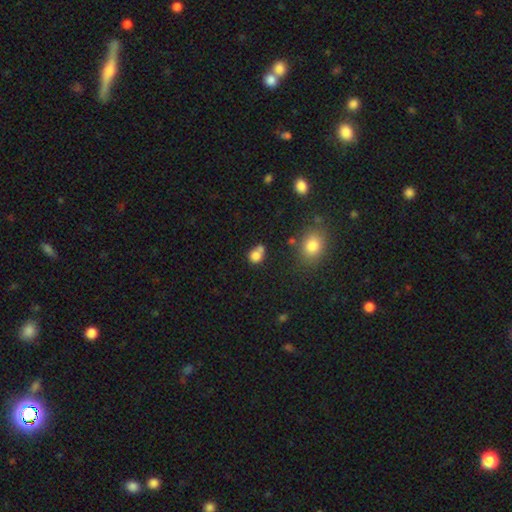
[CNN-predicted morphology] smooth_or_featured: smooth (p=0.79) [alt: star or artifact p=0.12]
how_rounded: round (p=0.67) [alt: in between p=0.31]
merging: merger (p=0.42) [alt: none p=0.39]